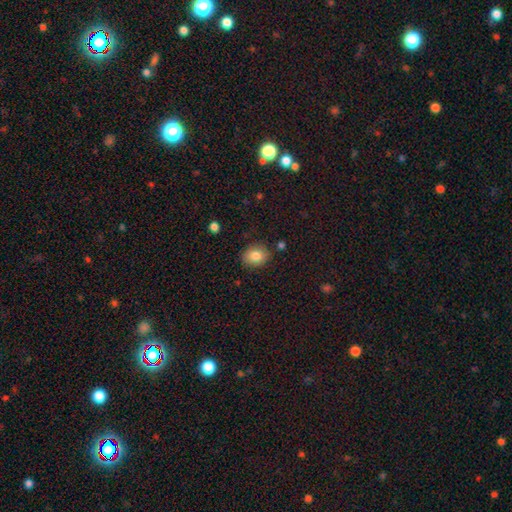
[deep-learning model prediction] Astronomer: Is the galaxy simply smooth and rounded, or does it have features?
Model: smooth — 82%.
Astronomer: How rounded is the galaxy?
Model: round — 50% (runner-up: in between, 49%).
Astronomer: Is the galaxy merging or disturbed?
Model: none — 85%.